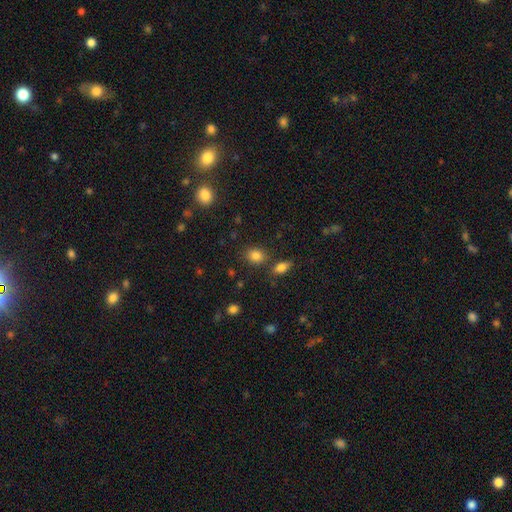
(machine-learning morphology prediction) Smooth or featured? smooth (83%)
How rounded? round (50%)
Merging? none (75%)